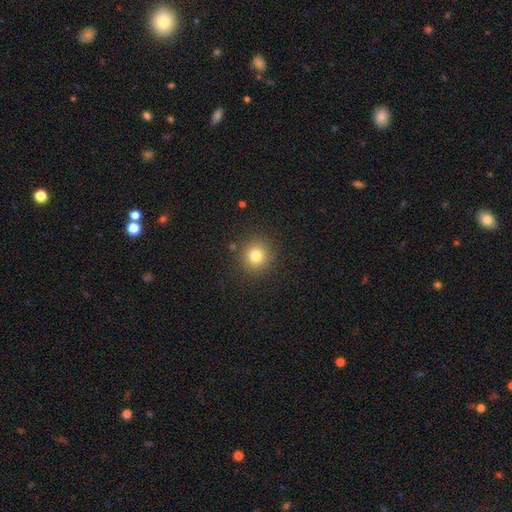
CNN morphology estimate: smooth-or-featured: smooth: 78% | star or artifact: 14% | featured or disk: 8%
  how-rounded: round: 92% | in between: 7% | cigar-shaped: 1%
  merging: none: 89% | minor disturbance: 7% | major disturbance: 3% | merger: 2%